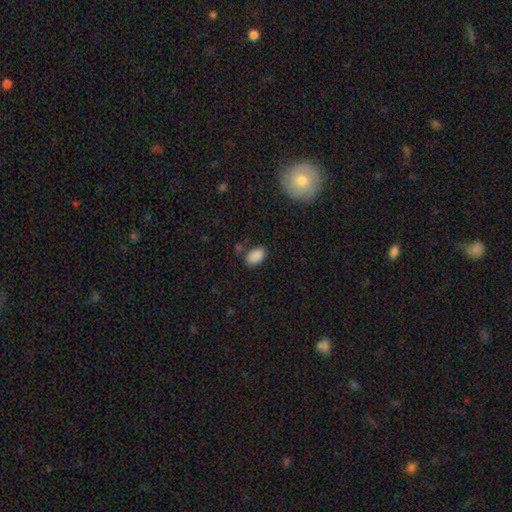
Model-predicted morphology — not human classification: smooth 88%, star or artifact 8%, featured or disk 4%. Down the decision tree: how rounded — in between (90%); merging — none (77%).